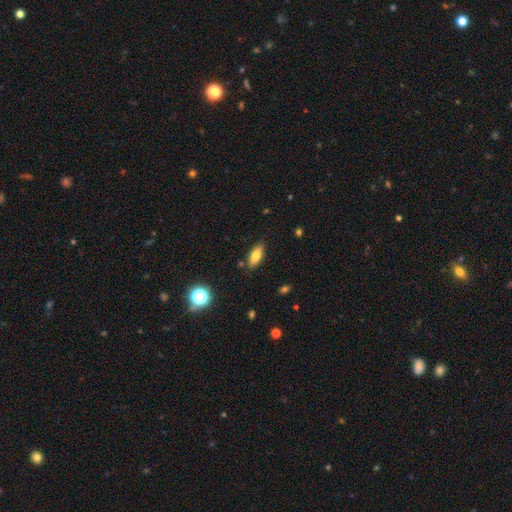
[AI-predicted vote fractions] smooth 73%, featured or disk 18%, star or artifact 8%. Down the decision tree: how rounded — in between (76%); merging — none (85%).